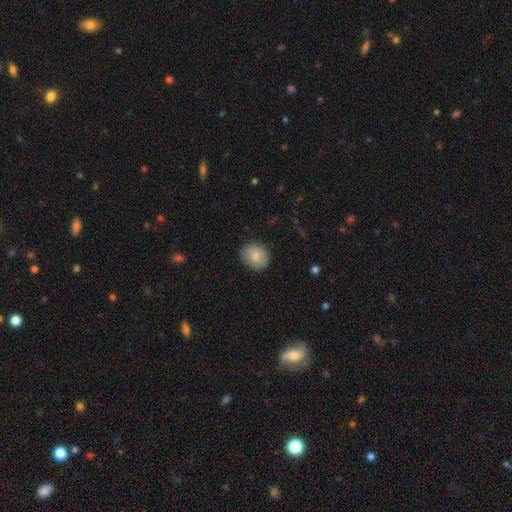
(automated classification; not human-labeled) Smooth or featured: smooth — 83% (featured or disk — 10%)
How rounded: round — 65% (in between — 34%)
Merging: none — 85% (minor disturbance — 11%)